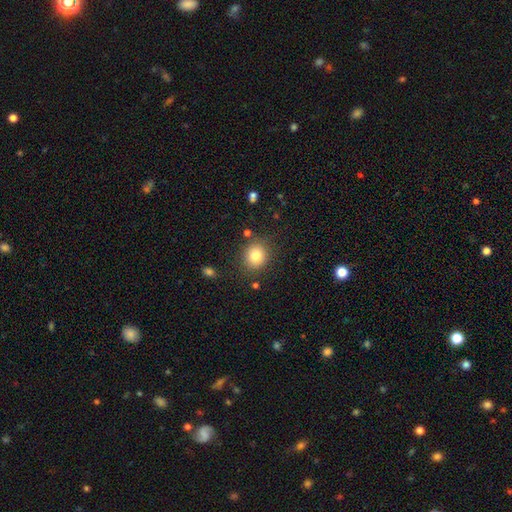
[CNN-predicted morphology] A smooth galaxy with no disk features (81%) that is round (77%). Merging: none (84%).